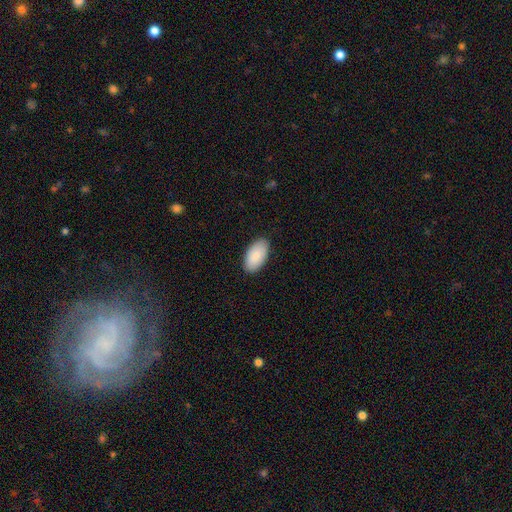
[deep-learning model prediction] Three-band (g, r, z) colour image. It shows a smooth galaxy with no disk features (88%) that is in between round and cigar-shaped (96%). Merging: none (87%).